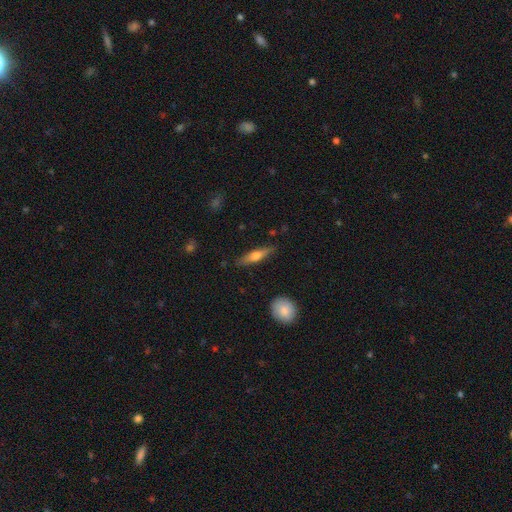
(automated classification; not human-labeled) smooth-or-featured: featured or disk: 51% | smooth: 44% | star or artifact: 6%
  disk-edge-on: yes: 93% | no: 7%
  merging: none: 86% | minor disturbance: 10% | major disturbance: 2% | merger: 2%